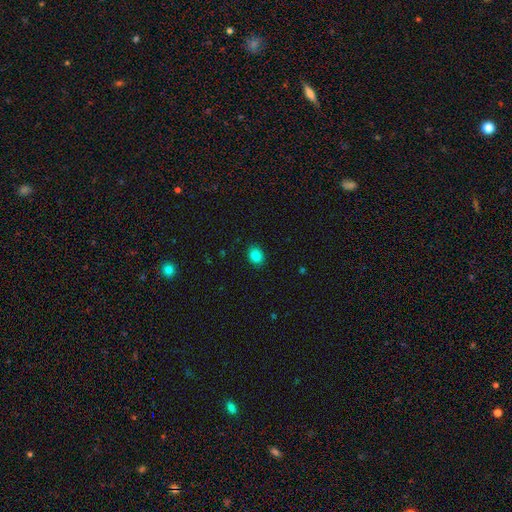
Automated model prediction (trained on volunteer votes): Q: Smooth or featured?
A: smooth (86%); runner-up: star or artifact (11%)
Q: How rounded?
A: in between (55%); runner-up: round (44%)
Q: Merging?
A: none (89%); runner-up: minor disturbance (8%)